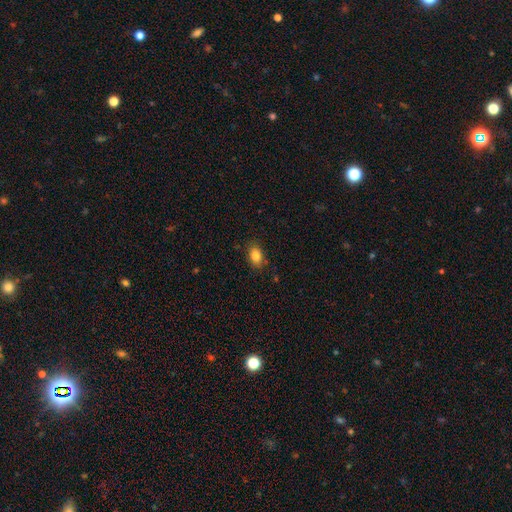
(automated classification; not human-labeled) smooth 84%, star or artifact 9%, featured or disk 6%. Down the decision tree: how rounded — in between (78%); merging — none (84%).